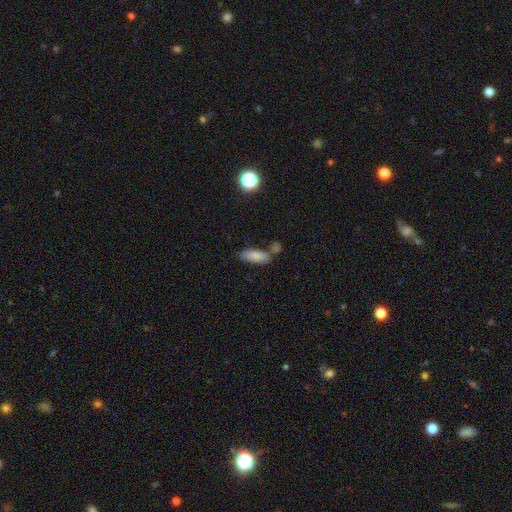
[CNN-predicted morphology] This appears to be a smooth galaxy with no disk features (81%) that is in between round and cigar-shaped (71%). Merging: none (60%).